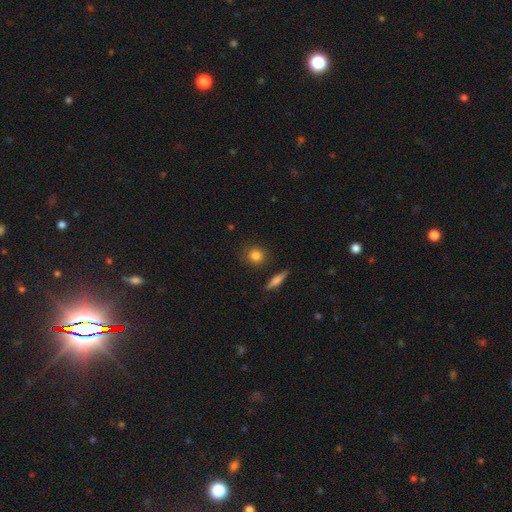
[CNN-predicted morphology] Smooth or featured? Predicted: smooth (p=0.82). How rounded? Predicted: round (p=0.81). Merging? Predicted: none (p=0.84).